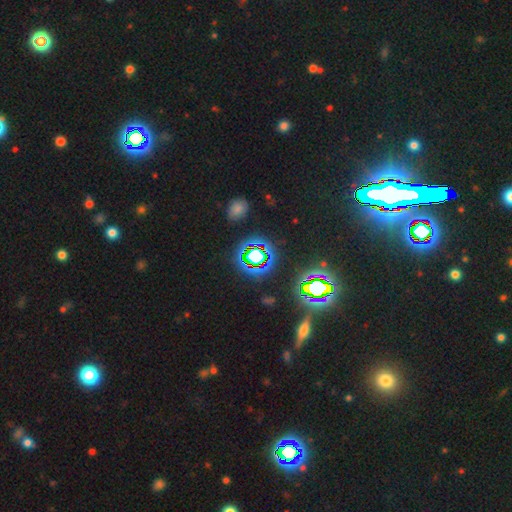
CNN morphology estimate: A star or artifact, not a galaxy (69%).